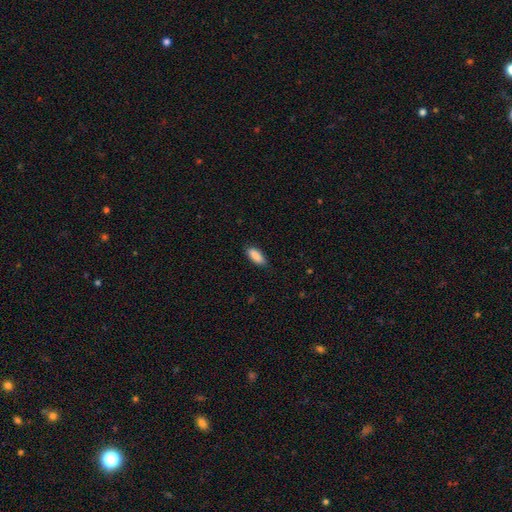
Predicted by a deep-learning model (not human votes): Smooth or featured: smooth — 89% (star or artifact — 6%)
How rounded: in between — 79% (cigar-shaped — 19%)
Merging: none — 84% (minor disturbance — 13%)